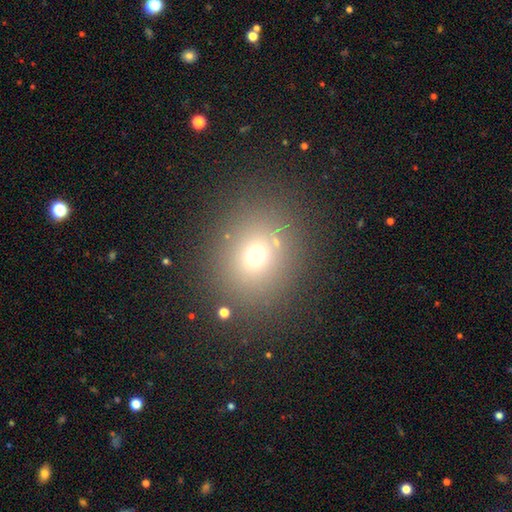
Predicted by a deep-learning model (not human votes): The model was most divided on "smooth or featured": smooth: 67%, star or artifact: 22%, featured or disk: 11%. More confident: merging — none (84%); how rounded — round (73%).